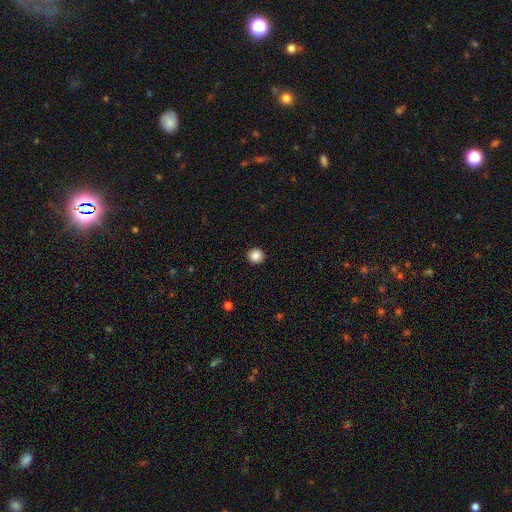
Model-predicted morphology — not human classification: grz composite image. It shows a smooth galaxy with no disk features (86%) that is round (94%). Merging: none (93%).